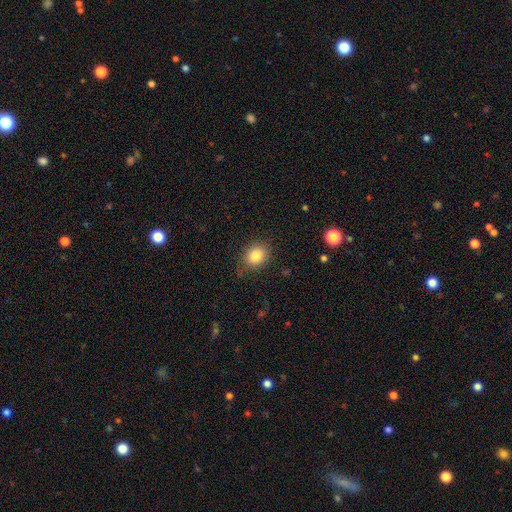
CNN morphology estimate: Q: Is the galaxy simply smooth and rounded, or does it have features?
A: smooth — 82%.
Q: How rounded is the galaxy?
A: round — 62%.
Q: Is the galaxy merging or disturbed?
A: none — 78%.